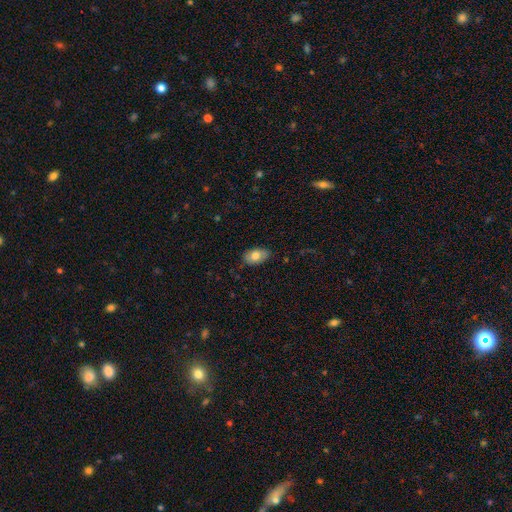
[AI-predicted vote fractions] The model was most divided on "smooth or featured": smooth: 77%, featured or disk: 16%, star or artifact: 7%. More confident: how rounded — in between (91%); merging — none (80%).